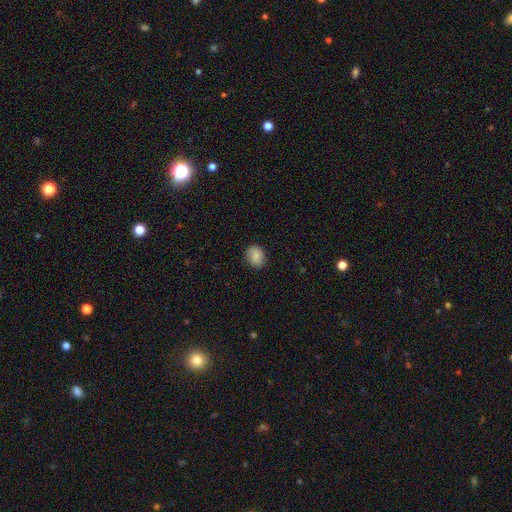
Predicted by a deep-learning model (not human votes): smooth_or_featured: smooth (p=0.86) [alt: star or artifact p=0.08]
how_rounded: round (p=0.61) [alt: in between p=0.38]
merging: none (p=0.87) [alt: minor disturbance p=0.10]